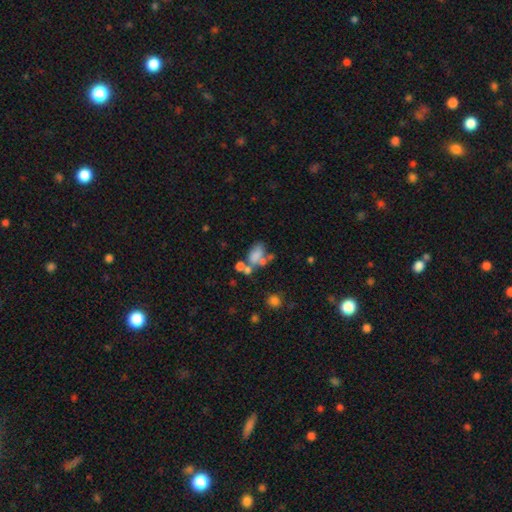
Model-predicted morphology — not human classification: This appears to be a smooth galaxy with no disk features (63%) that is in between round and cigar-shaped (84%). Merging: merger (42%).